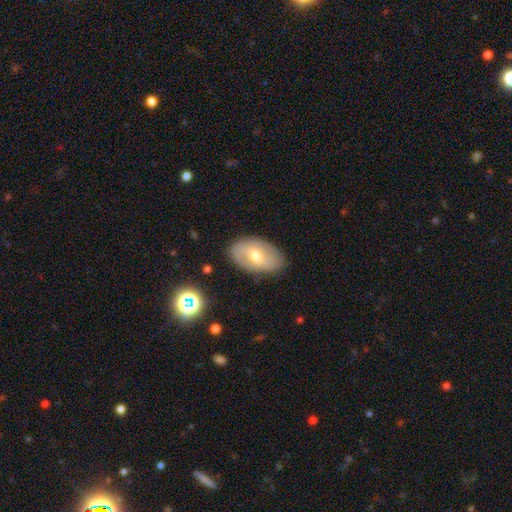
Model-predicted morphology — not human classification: A featured or disk galaxy (46%).

Vote fractions:
- Smooth or featured? featured or disk: 46% / smooth: 45% / star or artifact: 9%
- Merging? none: 81% / minor disturbance: 14% / major disturbance: 4% / merger: 1%